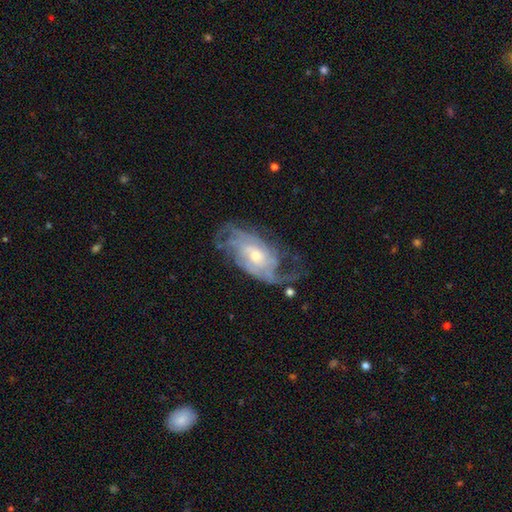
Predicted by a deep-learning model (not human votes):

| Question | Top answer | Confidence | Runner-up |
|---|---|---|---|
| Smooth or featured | featured or disk | 84% | smooth (11%) |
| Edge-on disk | no | 94% | yes (6%) |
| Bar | no | 66% | weak (28%) |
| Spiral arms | yes | 91% | no (9%) |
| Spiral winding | tight | 45% | medium (35%) |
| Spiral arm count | can't tell | 38% | 2 (28%) |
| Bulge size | moderate | 49% | small (46%) |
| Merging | none | 55% | minor disturbance (22%) |